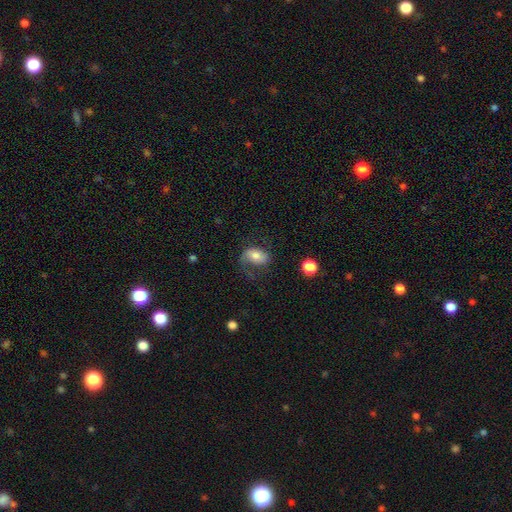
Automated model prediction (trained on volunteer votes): smooth 57%, featured or disk 34%, star or artifact 9%. Down the decision tree: how rounded — in between (82%); merging — none (49%).